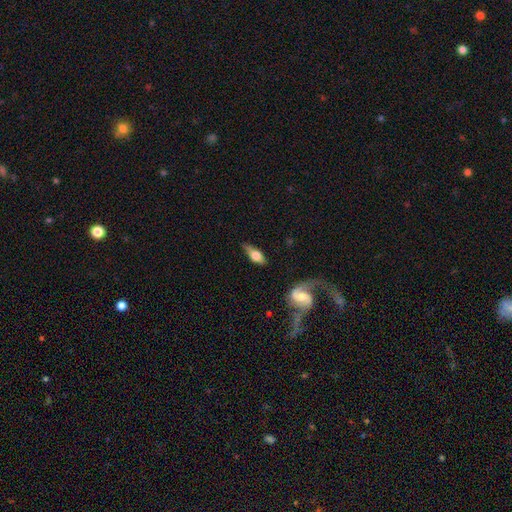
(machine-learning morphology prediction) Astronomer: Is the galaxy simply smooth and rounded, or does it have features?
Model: smooth — 51% (runner-up: featured or disk, 43%).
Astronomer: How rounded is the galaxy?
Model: in between — 71%.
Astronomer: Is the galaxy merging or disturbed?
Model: none — 65%.